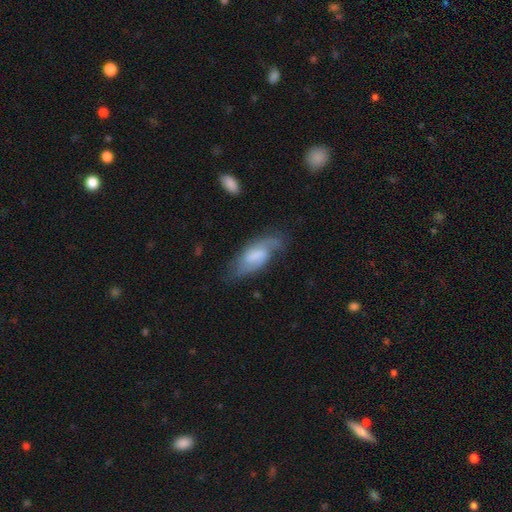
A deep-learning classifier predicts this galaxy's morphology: The model was most divided on "bulge size": none: 33%, moderate: 26%, small: 25%, large: 14%, dominant: 2%. More confident: edge-on disk — no (90%); spiral arms — yes (88%); merging — none (62%); smooth or featured — featured or disk (61%); bar — weak (51%).